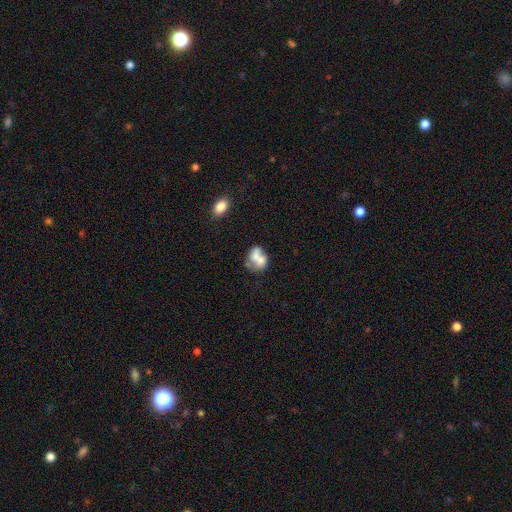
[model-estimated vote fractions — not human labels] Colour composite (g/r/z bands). It shows a smooth galaxy with no disk features (61%) that is in between round and cigar-shaped (62%). Merging: merger (58%).